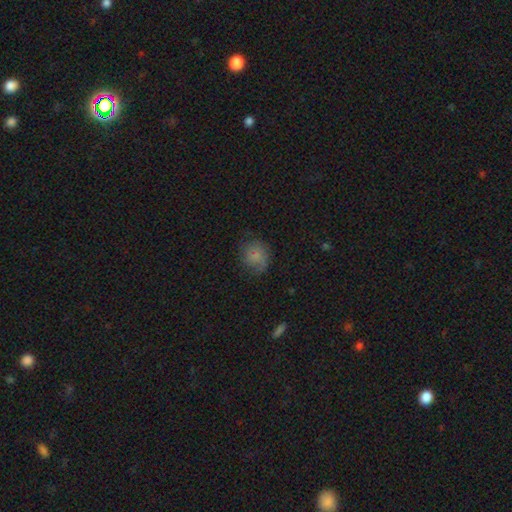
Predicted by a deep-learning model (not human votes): Smooth or featured? smooth (70%)
How rounded? round (75%)
Merging? none (63%)